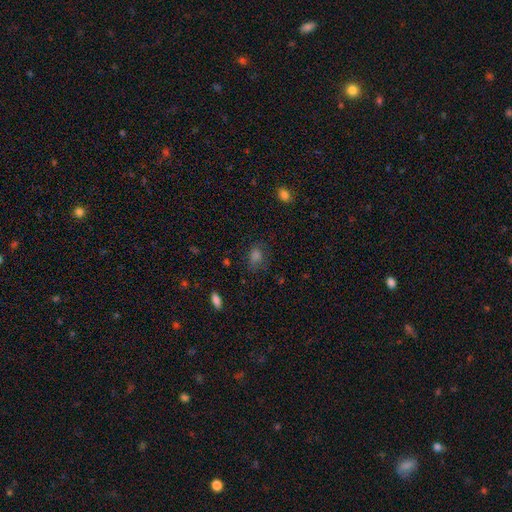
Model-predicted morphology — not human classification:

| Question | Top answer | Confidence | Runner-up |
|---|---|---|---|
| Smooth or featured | smooth | 66% | star or artifact (25%) |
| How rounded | in between | 54% | round (44%) |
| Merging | none | 74% | minor disturbance (17%) |